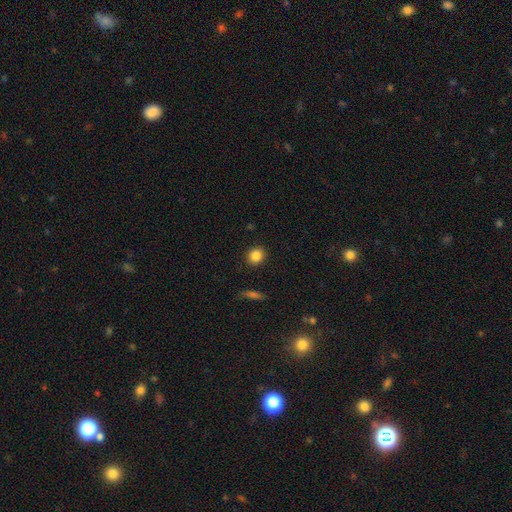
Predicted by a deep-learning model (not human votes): smooth_or_featured: smooth (p=0.85) [alt: star or artifact p=0.10]
how_rounded: round (p=0.74) [alt: in between p=0.25]
merging: none (p=0.90) [alt: minor disturbance p=0.07]